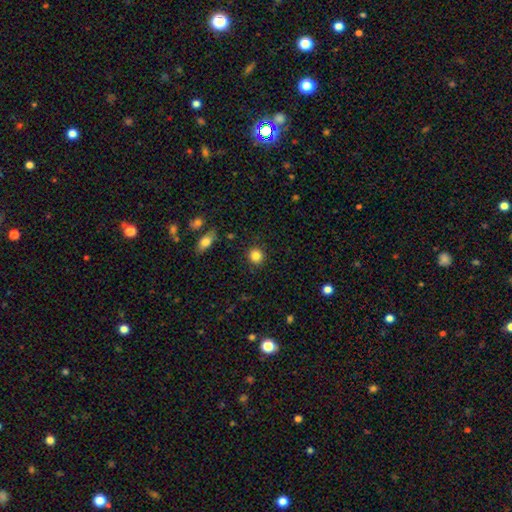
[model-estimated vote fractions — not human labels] This is clearly a smooth galaxy (85%). How rounded: clearly round (90%). Merging: clearly none (90%).